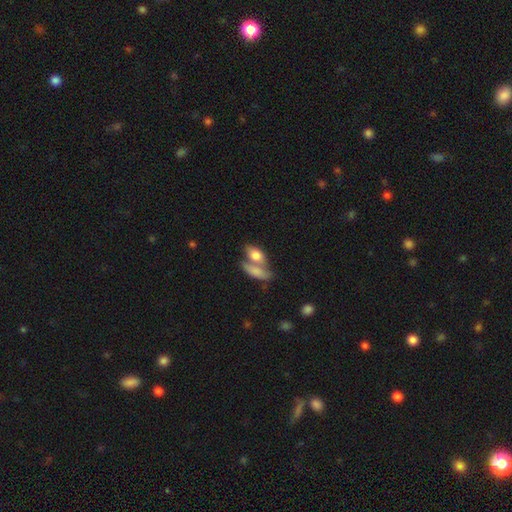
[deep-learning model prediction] smooth 78%, featured or disk 15%, star or artifact 7%. Down the decision tree: how rounded — in between (84%); merging — merger (54%).